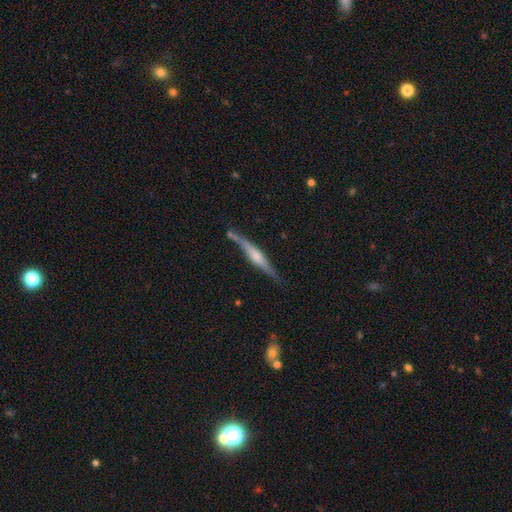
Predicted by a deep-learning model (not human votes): Morphology: type=featured or disk (72%); edge-on=yes (96%); edge-on bulge=rounded (72%); merging=none (72%).